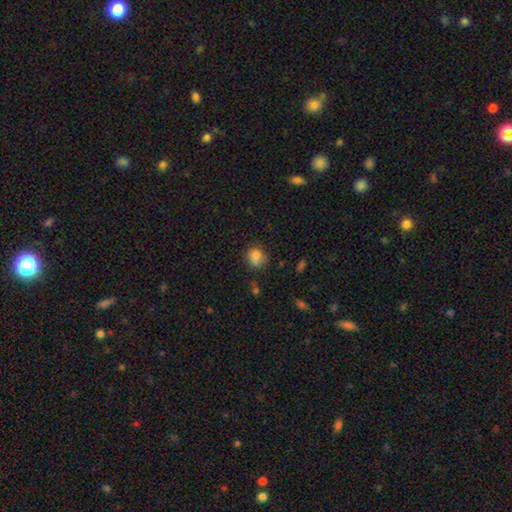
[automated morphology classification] A smooth galaxy with no disk features (80%) that is round (64%).

Vote fractions:
- Smooth or featured? smooth: 80% / star or artifact: 11% / featured or disk: 9%
- How rounded? round: 64% / in between: 35% / cigar-shaped: 1%
- Merging? none: 55% / minor disturbance: 28% / major disturbance: 11% / merger: 7%